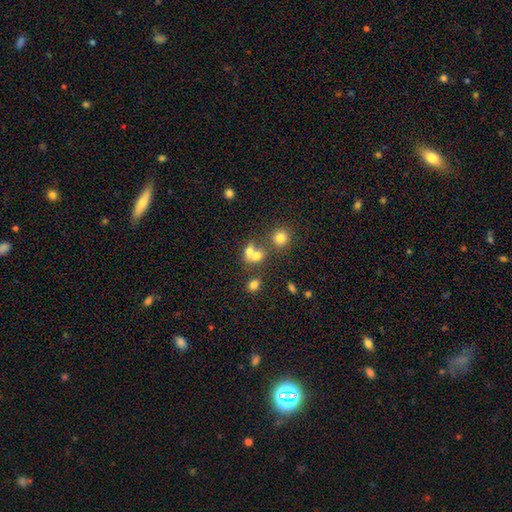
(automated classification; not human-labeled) This is likely a smooth galaxy (69%). How rounded: possibly round (50%). Merging: possibly merger (53%).